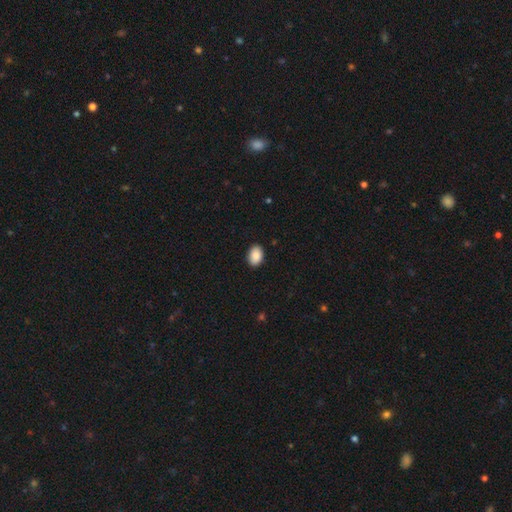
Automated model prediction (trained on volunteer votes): Smooth or featured?
  - smooth: 90% *
  - star or artifact: 7%
  - featured or disk: 3%
How rounded?
  - in between: 86% *
  - round: 13%
  - cigar-shaped: 1%
Merging?
  - none: 90% *
  - minor disturbance: 7%
  - major disturbance: 2%
  - merger: 1%